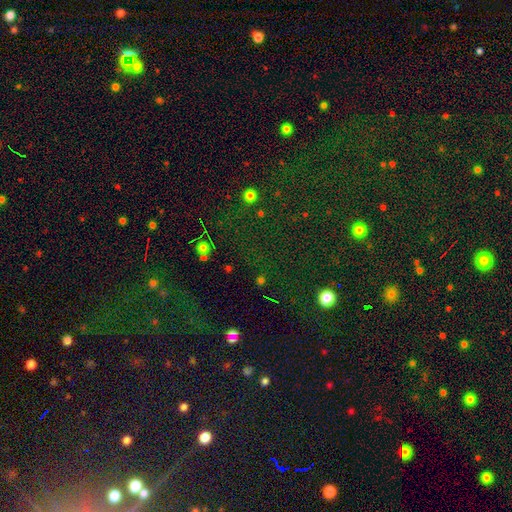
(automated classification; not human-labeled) A star or artifact, not a galaxy (74%).

Vote fractions:
- Smooth or featured? star or artifact: 74% / smooth: 17% / featured or disk: 9%